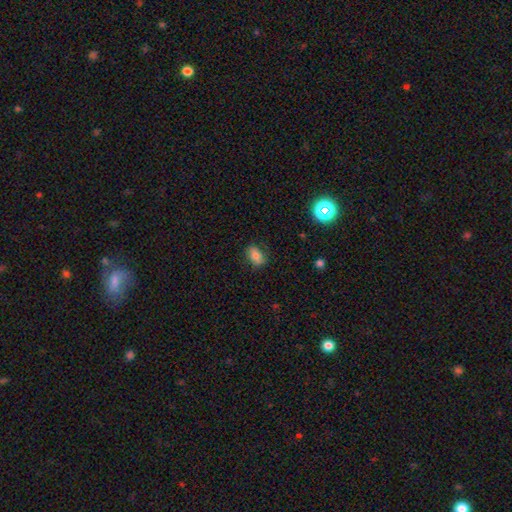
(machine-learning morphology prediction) Smooth or featured? Predicted: smooth (p=0.78). How rounded? Predicted: in between (p=0.85). Merging? Predicted: none (p=0.79).